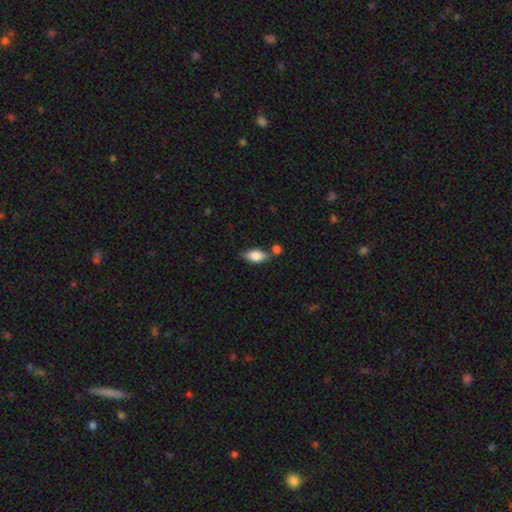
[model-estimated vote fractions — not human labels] Smooth or featured: smooth — 81% (featured or disk — 12%)
How rounded: in between — 88% (cigar-shaped — 9%)
Merging: none — 59% (merger — 20%)